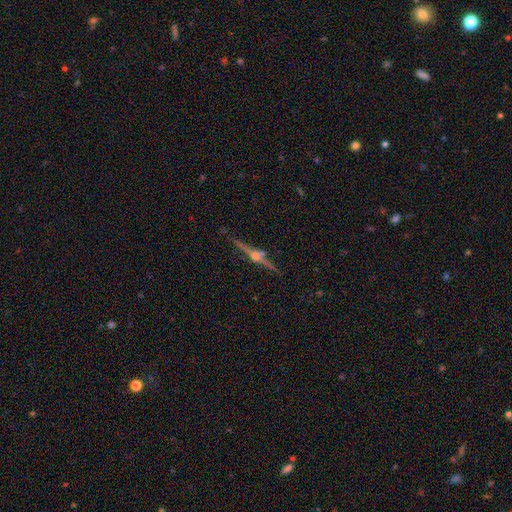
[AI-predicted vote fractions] smooth_or_featured: featured or disk (p=0.87) [alt: star or artifact p=0.07]
disk_edge_on: yes (p=0.98) [alt: no p=0.02]
edge_on_bulge: rounded (p=0.95) [alt: boxy p=0.03]
merging: none (p=0.90) [alt: minor disturbance p=0.07]